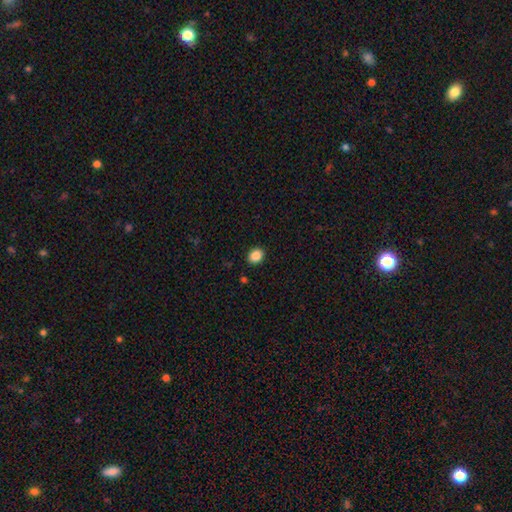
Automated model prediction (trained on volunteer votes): smooth 87%, star or artifact 9%, featured or disk 3%. Down the decision tree: how rounded — round (53%); merging — none (90%).